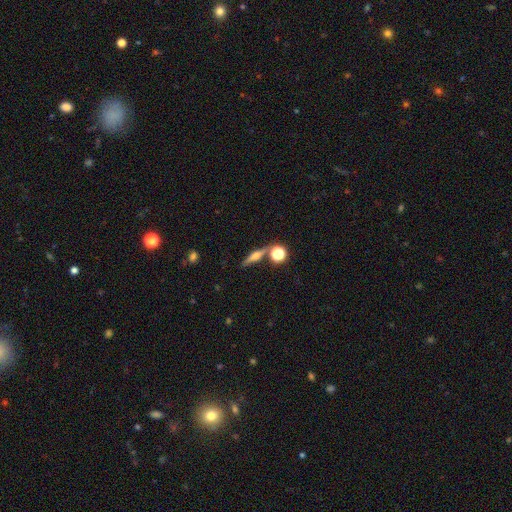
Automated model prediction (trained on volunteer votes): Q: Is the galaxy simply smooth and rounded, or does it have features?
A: featured or disk — 60%.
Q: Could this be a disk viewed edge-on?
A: yes — 94%.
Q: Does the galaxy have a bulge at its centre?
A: rounded — 90%.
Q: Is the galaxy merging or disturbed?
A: none — 77%.